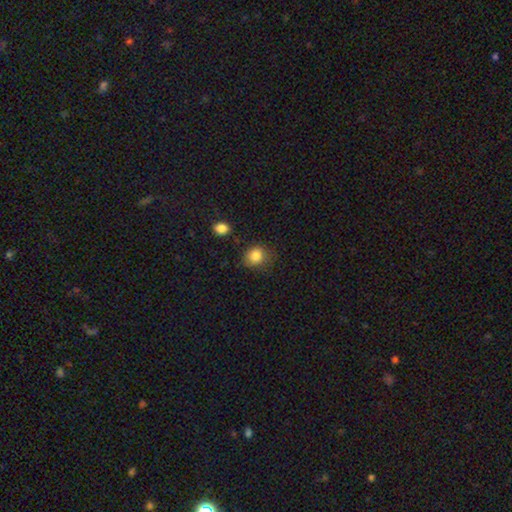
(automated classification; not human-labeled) A smooth galaxy with no disk features (84%) that is round (78%).

Vote fractions:
- Smooth or featured? smooth: 84% / star or artifact: 10% / featured or disk: 6%
- How rounded? round: 78% / in between: 21% / cigar-shaped: 1%
- Merging? none: 75% / minor disturbance: 17% / major disturbance: 5% / merger: 3%